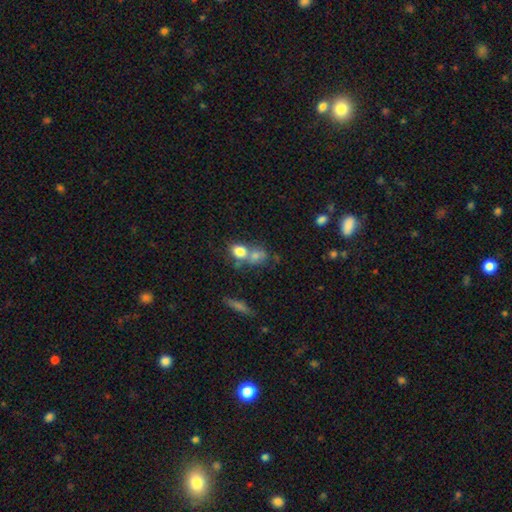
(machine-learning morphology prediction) Smooth or featured?
  - smooth: 74% *
  - featured or disk: 14%
  - star or artifact: 12%
How rounded?
  - round: 52% *
  - in between: 45%
  - cigar-shaped: 3%
Merging?
  - merger: 55% *
  - none: 31%
  - minor disturbance: 9%
  - major disturbance: 5%